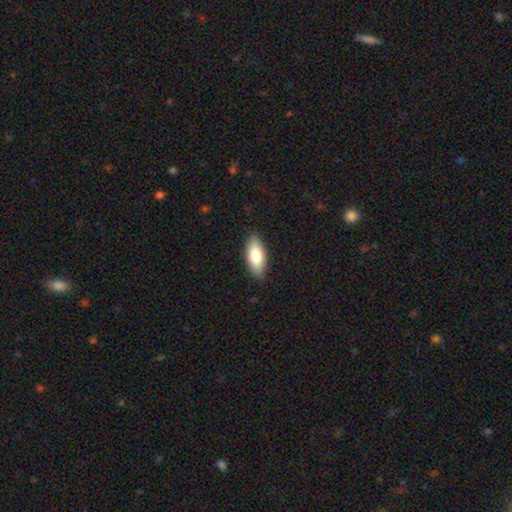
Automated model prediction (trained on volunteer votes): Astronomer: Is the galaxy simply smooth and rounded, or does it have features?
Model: smooth — 82%.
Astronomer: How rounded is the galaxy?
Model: in between — 83%.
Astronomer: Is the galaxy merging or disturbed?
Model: none — 87%.